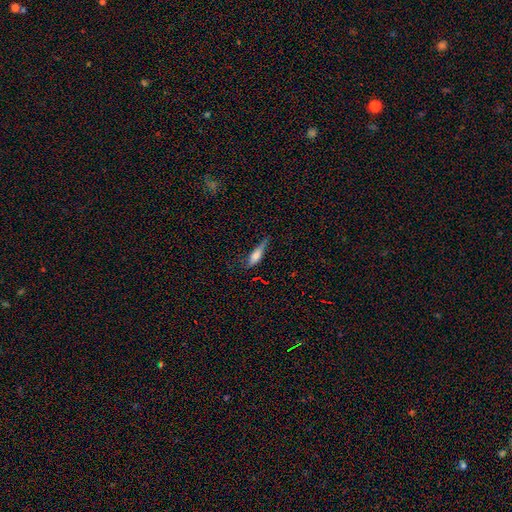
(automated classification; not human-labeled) This is likely a smooth galaxy (70%). How rounded: possibly cigar-shaped (56%). Merging: possibly none (53%).